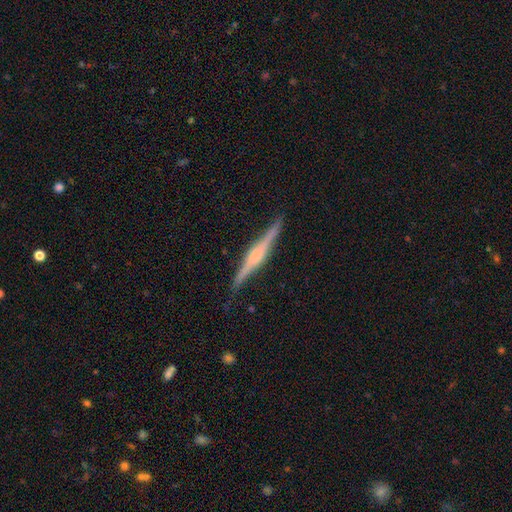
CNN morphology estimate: smooth-or-featured: featured or disk: 80% | smooth: 15% | star or artifact: 5%
  disk-edge-on: yes: 98% | no: 2%
    edge-on-bulge: rounded: 68% | boxy: 23% | none: 8%
  merging: none: 89% | minor disturbance: 9% | major disturbance: 2% | merger: 1%